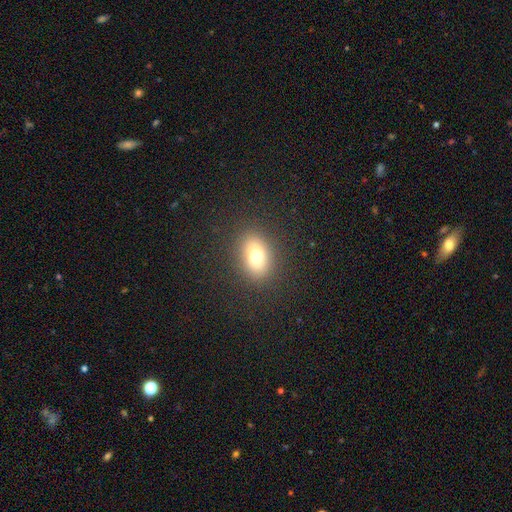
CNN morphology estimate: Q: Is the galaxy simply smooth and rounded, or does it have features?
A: smooth — 72%.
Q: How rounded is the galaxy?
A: in between — 63%.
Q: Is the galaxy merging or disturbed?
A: none — 87%.